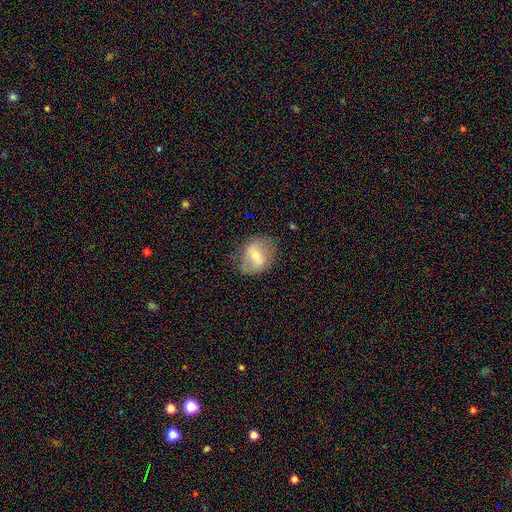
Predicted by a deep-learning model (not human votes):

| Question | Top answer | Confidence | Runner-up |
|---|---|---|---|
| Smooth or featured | featured or disk | 48% | smooth (43%) |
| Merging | none | 66% | minor disturbance (22%) |